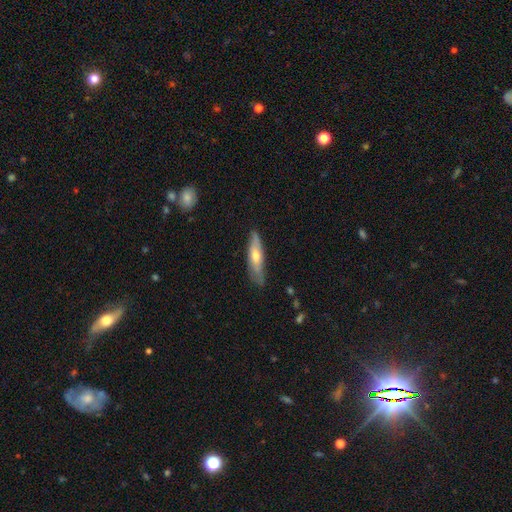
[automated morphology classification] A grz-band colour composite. It shows a smooth galaxy with no disk features (52%) that is cigar-shaped (69%). Merging: none (77%).